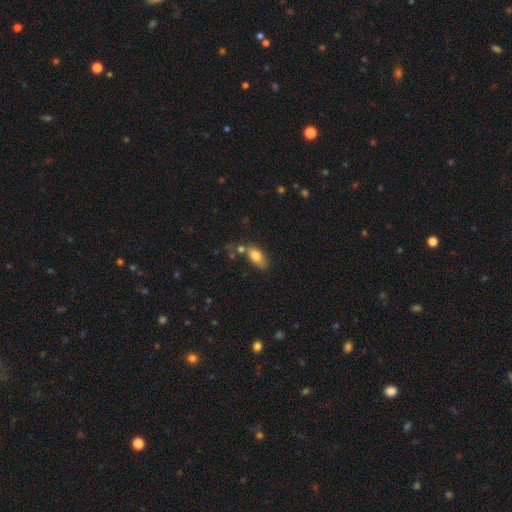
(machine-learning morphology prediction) smooth-or-featured: smooth: 76% | featured or disk: 16% | star or artifact: 8%
  how-rounded: in between: 84% | cigar-shaped: 11% | round: 5%
  merging: none: 54% | minor disturbance: 21% | merger: 16% | major disturbance: 8%